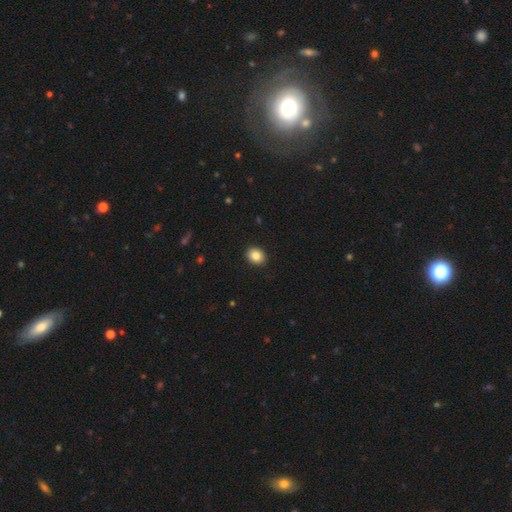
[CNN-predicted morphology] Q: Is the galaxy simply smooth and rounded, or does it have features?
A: smooth — 86%.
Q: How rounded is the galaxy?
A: round — 58%.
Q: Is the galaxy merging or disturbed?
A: none — 91%.